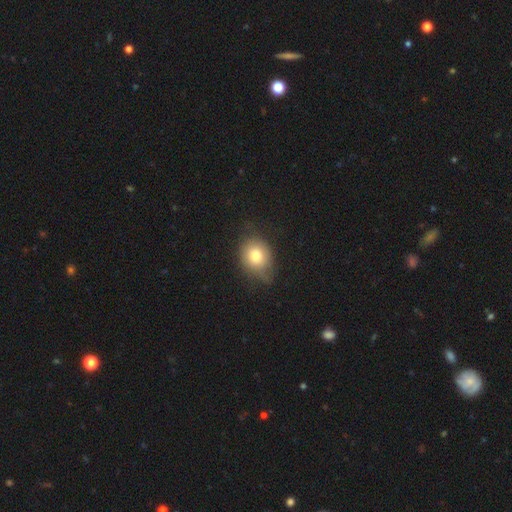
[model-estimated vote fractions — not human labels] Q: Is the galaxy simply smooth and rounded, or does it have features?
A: smooth — 76%.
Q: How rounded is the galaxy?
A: round — 56%.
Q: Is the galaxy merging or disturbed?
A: none — 55%.